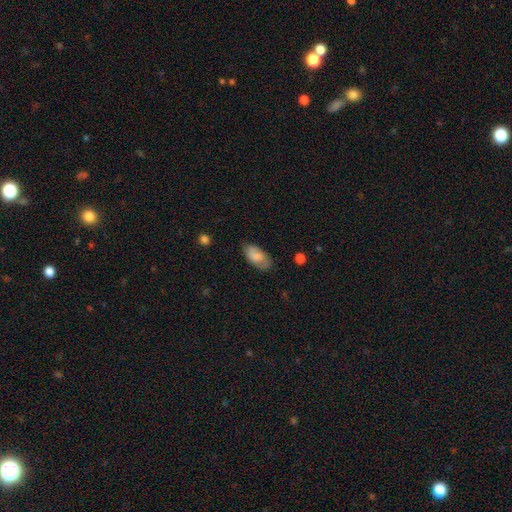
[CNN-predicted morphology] smooth-or-featured: smooth: 78% | featured or disk: 15% | star or artifact: 7%
  how-rounded: in between: 94% | cigar-shaped: 3% | round: 3%
  merging: none: 72% | minor disturbance: 21% | major disturbance: 5% | merger: 1%